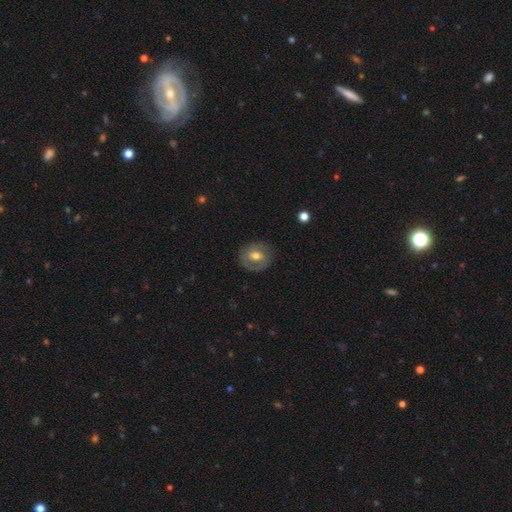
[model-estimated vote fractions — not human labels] Smooth or featured? Predicted: featured or disk (p=0.47). Merging? Predicted: none (p=0.79).